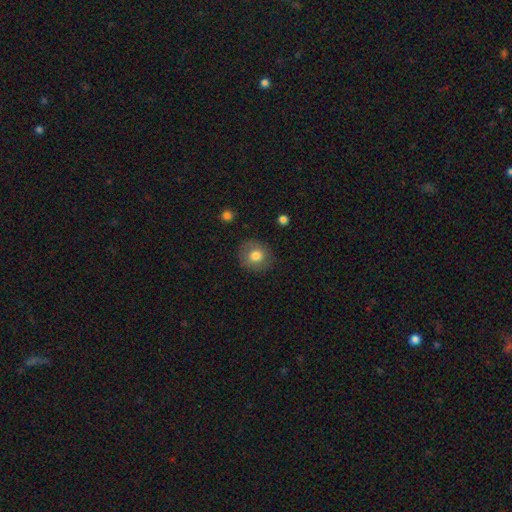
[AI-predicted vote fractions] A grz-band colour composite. It shows a smooth galaxy with no disk features (79%) that is round (85%). Merging: none (85%).